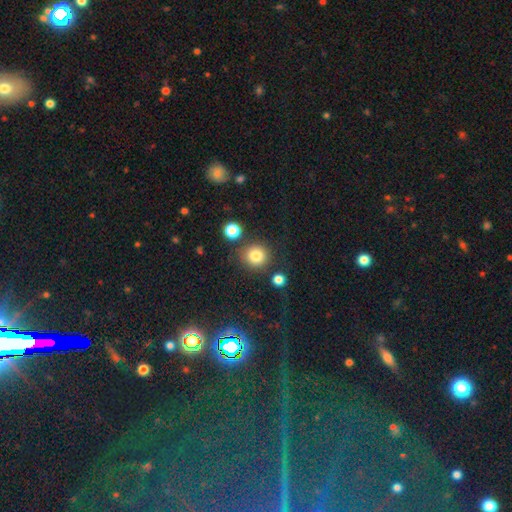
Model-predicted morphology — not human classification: The model was most divided on "smooth or featured": smooth: 82%, star or artifact: 12%, featured or disk: 6%. More confident: how rounded — round (90%); merging — none (81%).